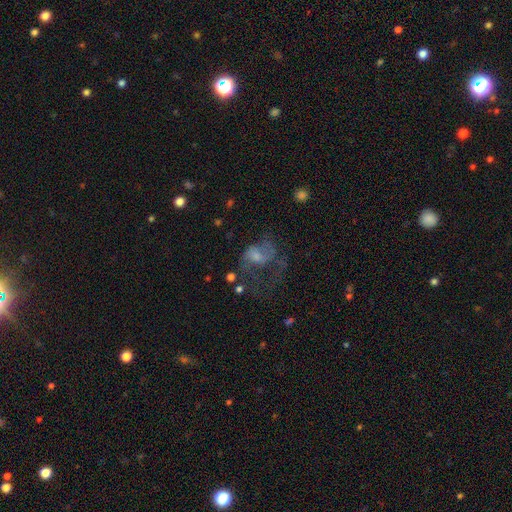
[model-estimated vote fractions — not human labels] smooth_or_featured: featured or disk (p=0.50) [alt: smooth p=0.34]
disk_edge_on: no (p=0.97) [alt: yes p=0.03]
merging: major disturbance (p=0.52) [alt: none p=0.28]